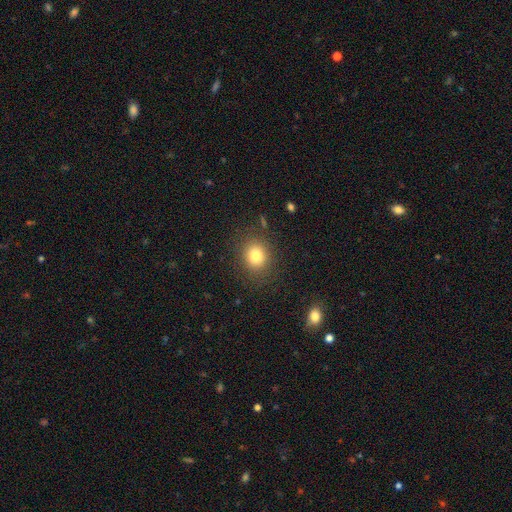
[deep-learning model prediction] smooth-or-featured: smooth: 80% | star or artifact: 12% | featured or disk: 8%
  how-rounded: round: 70% | in between: 29% | cigar-shaped: 1%
  merging: none: 86% | minor disturbance: 9% | major disturbance: 4% | merger: 2%